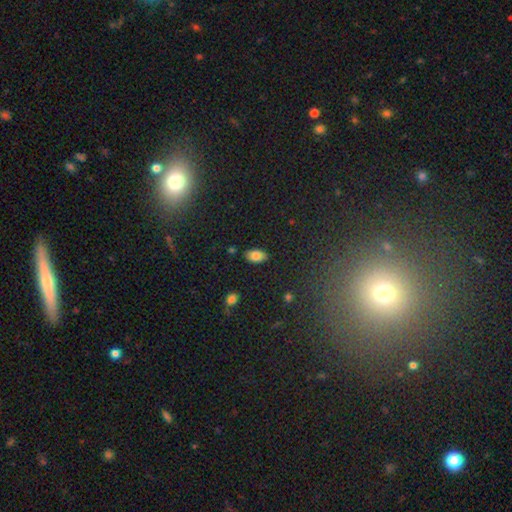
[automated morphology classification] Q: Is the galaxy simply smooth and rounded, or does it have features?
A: smooth — 83%.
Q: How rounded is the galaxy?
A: in between — 92%.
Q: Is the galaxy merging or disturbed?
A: none — 85%.